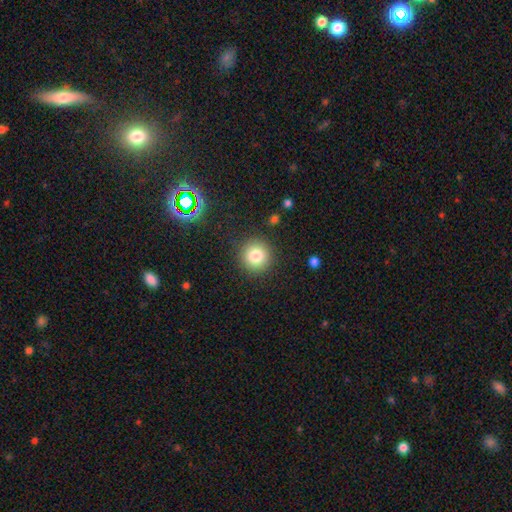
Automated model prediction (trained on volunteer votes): smooth-or-featured: smooth: 82% | star or artifact: 11% | featured or disk: 7%
  how-rounded: round: 94% | in between: 5% | cigar-shaped: 1%
  merging: none: 89% | minor disturbance: 7% | major disturbance: 3% | merger: 1%